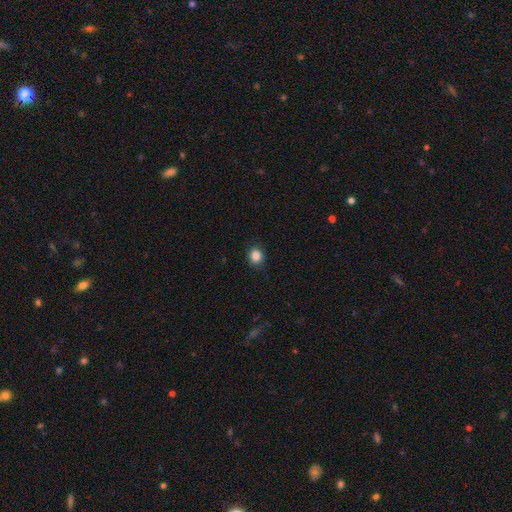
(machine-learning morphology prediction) Smooth or featured?
  - smooth: 85% *
  - star or artifact: 10%
  - featured or disk: 4%
How rounded?
  - round: 70% *
  - in between: 29%
  - cigar-shaped: 1%
Merging?
  - none: 87% *
  - minor disturbance: 10%
  - major disturbance: 2%
  - merger: 1%